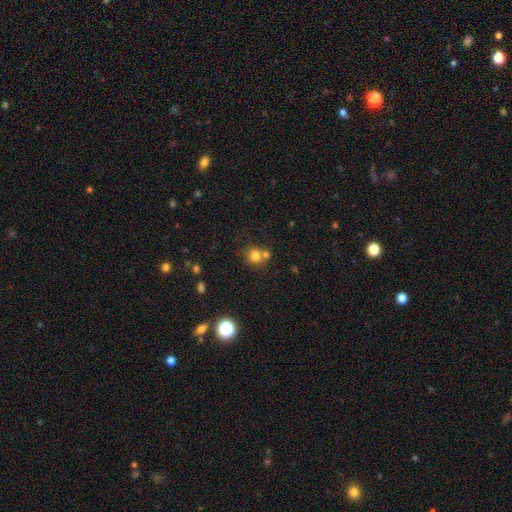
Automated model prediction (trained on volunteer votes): The model was most divided on "merging": none: 55%, merger: 32%, minor disturbance: 10%, major disturbance: 4%. More confident: how rounded — round (84%); smooth or featured — smooth (78%).